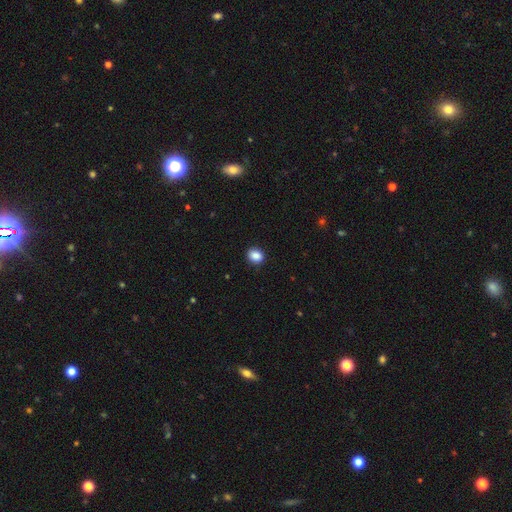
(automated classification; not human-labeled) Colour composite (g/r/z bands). It shows a smooth galaxy with no disk features (88%) that is round (55%). Merging: none (89%).